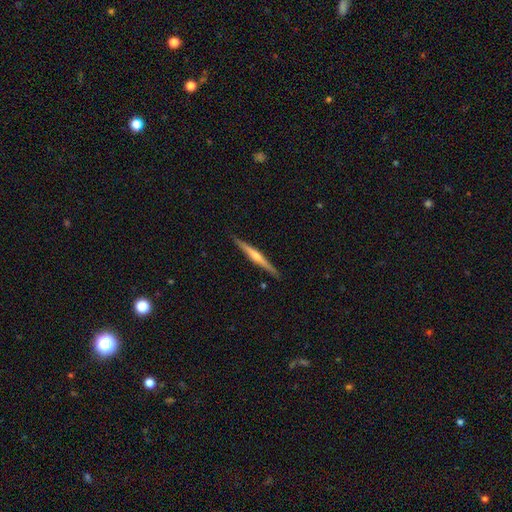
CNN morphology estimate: A featured or disk galaxy (69%) viewed edge-on (98%) with a rounded central bulge (75%).

Vote fractions:
- Smooth or featured? featured or disk: 69% / smooth: 25% / star or artifact: 6%
- Edge-on disk? yes: 98% / no: 2%
- Edge-on bulge? rounded: 75% / none: 17% / boxy: 8%
- Merging? none: 90% / minor disturbance: 7% / major disturbance: 1% / merger: 1%